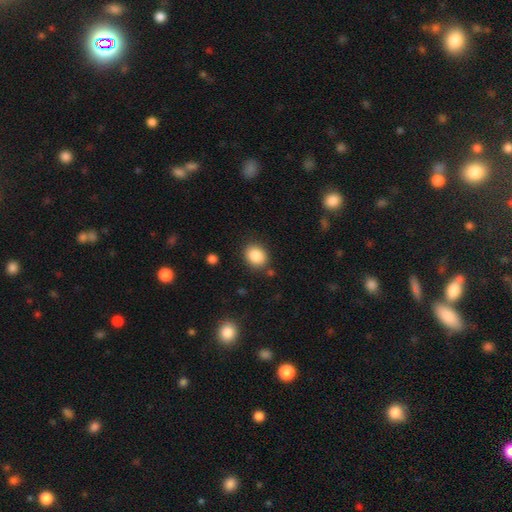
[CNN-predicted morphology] A smooth galaxy with no disk features (87%) that is round (58%).

Vote fractions:
- Smooth or featured? smooth: 87% / star or artifact: 8% / featured or disk: 5%
- How rounded? round: 58% / in between: 41% / cigar-shaped: 1%
- Merging? none: 84% / minor disturbance: 10% / major disturbance: 3% / merger: 3%